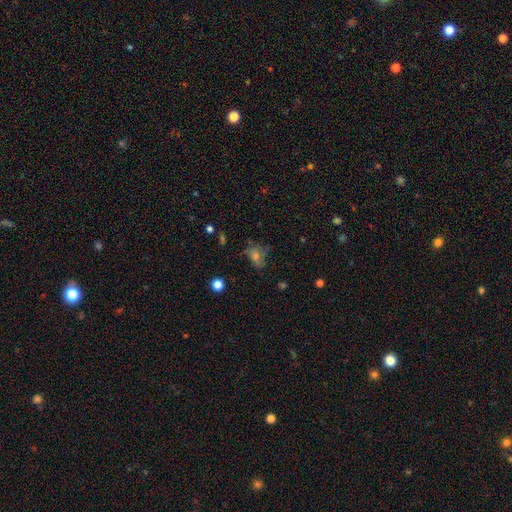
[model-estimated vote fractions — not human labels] Smooth or featured: smooth — 40% (featured or disk — 34%)
Merging: none — 56% (minor disturbance — 24%)